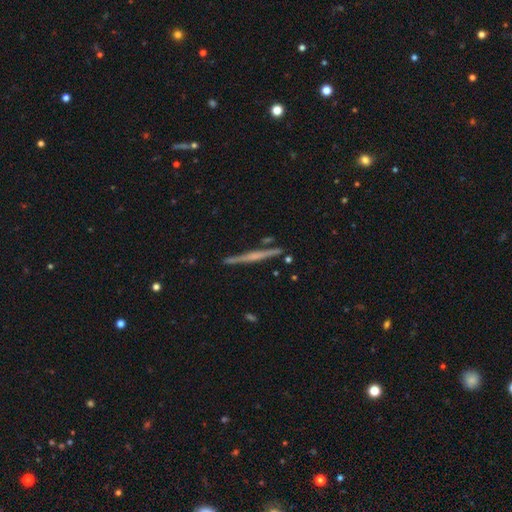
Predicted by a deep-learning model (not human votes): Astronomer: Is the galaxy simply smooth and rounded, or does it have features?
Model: featured or disk — 72%.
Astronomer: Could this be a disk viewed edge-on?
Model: yes — 98%.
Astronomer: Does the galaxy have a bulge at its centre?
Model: rounded — 47% (runner-up: none, 39%).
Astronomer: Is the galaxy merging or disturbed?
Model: none — 89%.